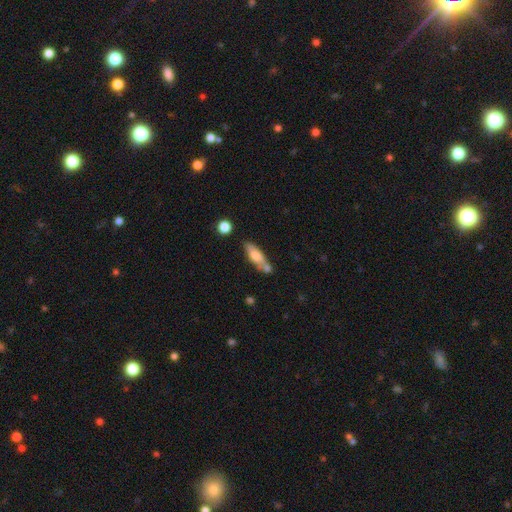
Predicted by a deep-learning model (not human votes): Smooth or featured? Predicted: smooth (p=0.68). How rounded? Predicted: in between (p=0.49). Merging? Predicted: none (p=0.55).